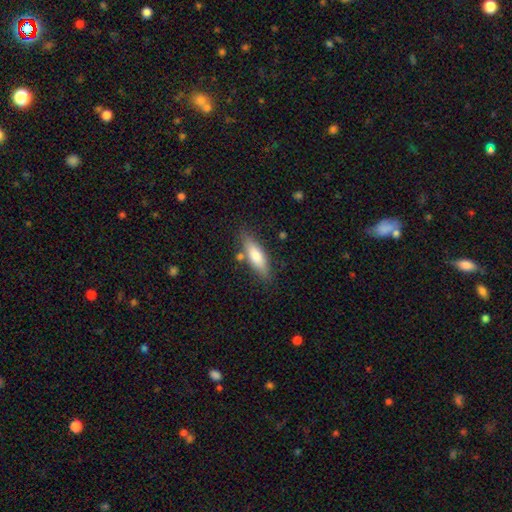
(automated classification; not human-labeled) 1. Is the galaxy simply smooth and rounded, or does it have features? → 70% smooth, 23% featured or disk, 6% star or artifact.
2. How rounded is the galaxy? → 55% cigar-shaped, 43% in between, 2% round.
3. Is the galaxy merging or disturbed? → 78% none, 13% minor disturbance, 5% merger, 3% major disturbance.